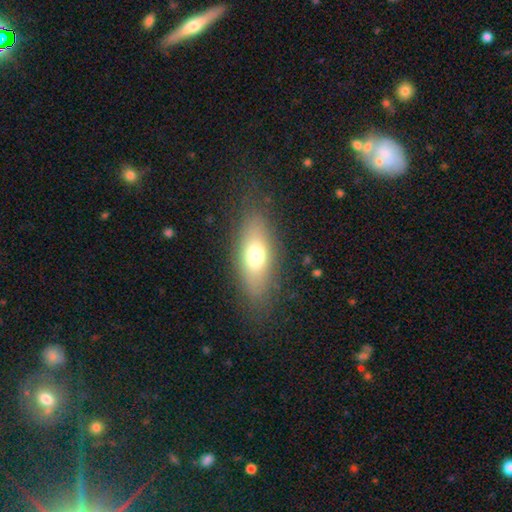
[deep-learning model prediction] smooth 68%, featured or disk 23%, star or artifact 10%. Down the decision tree: how rounded — in between (75%); merging — none (80%).